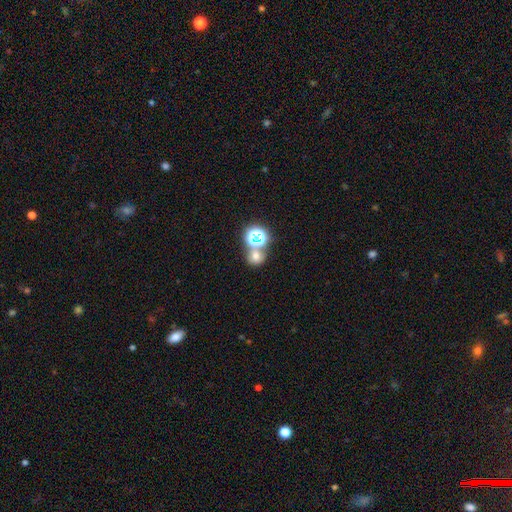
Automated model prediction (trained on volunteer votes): Q: Smooth or featured?
A: smooth (61%); runner-up: star or artifact (29%)
Q: How rounded?
A: round (79%); runner-up: in between (20%)
Q: Merging?
A: none (54%); runner-up: merger (34%)